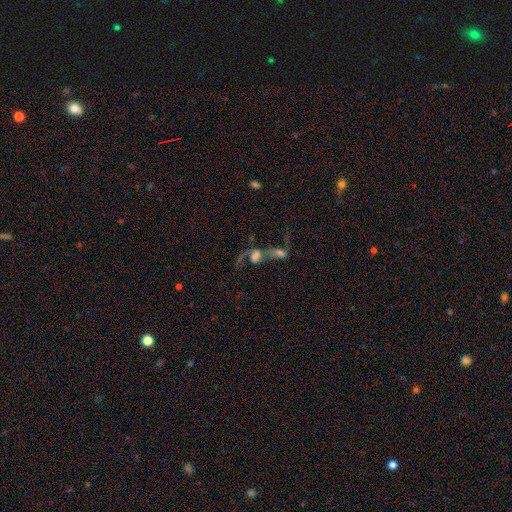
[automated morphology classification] This is possibly a featured or disk galaxy (48%). Merging: likely merger (77%).